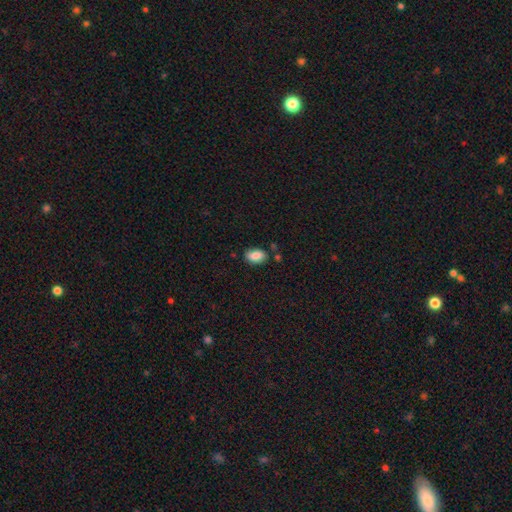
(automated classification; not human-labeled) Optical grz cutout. It shows a smooth galaxy with no disk features (85%) that is in between round and cigar-shaped (90%). Merging: none (77%).